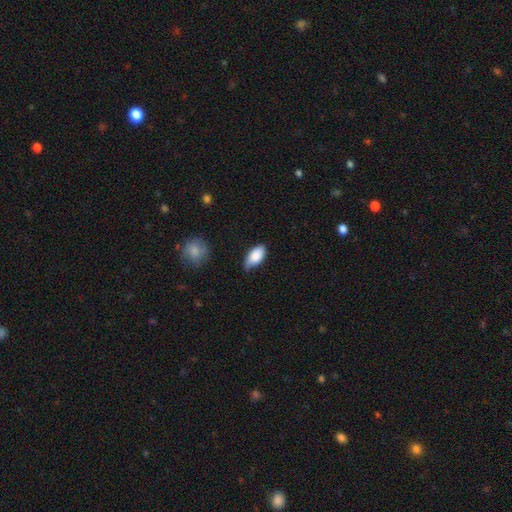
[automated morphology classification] smooth 85%, featured or disk 9%, star or artifact 6%. Down the decision tree: how rounded — in between (93%); merging — none (52%).